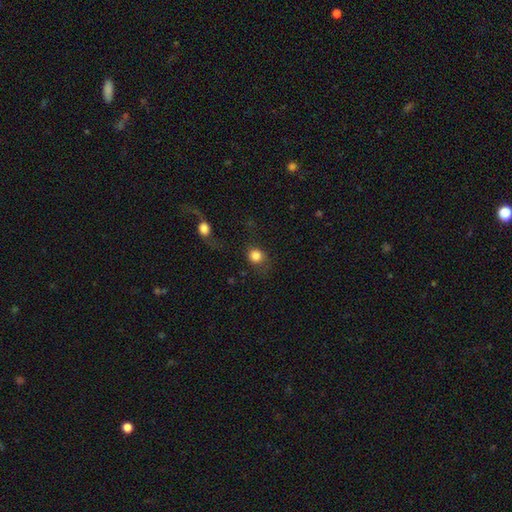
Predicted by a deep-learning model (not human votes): smooth 82%, star or artifact 9%, featured or disk 9%. Down the decision tree: how rounded — round (81%); merging — none (56%).